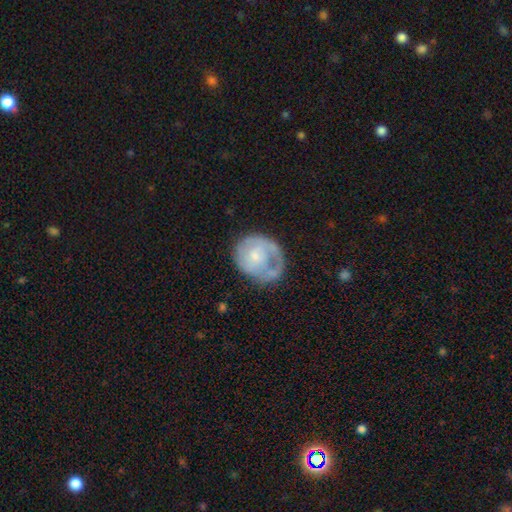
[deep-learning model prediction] The model was most divided on "merging": none: 46%, minor disturbance: 28%, major disturbance: 22%, merger: 4%. More confident: edge-on disk — no (97%); bar — no (78%); bulge size — small (63%); spiral arms — yes (60%); smooth or featured — featured or disk (56%).